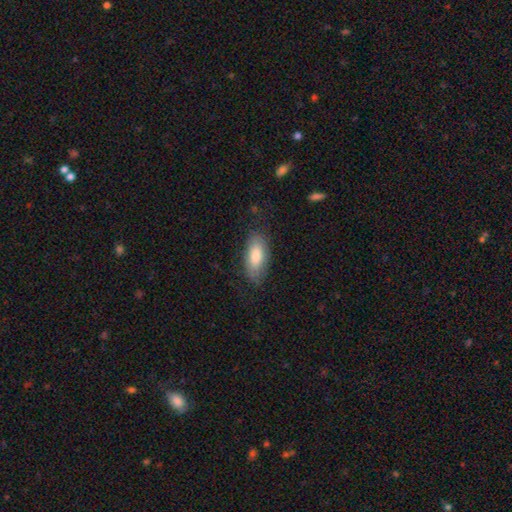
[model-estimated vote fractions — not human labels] Smooth or featured? smooth (79%)
How rounded? in between (84%)
Merging? none (77%)